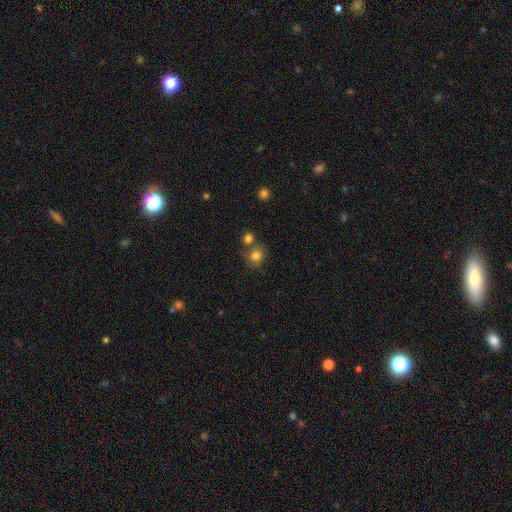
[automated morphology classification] Smooth or featured? Predicted: smooth (p=0.78). How rounded? Predicted: round (p=0.74). Merging? Predicted: none (p=0.57).